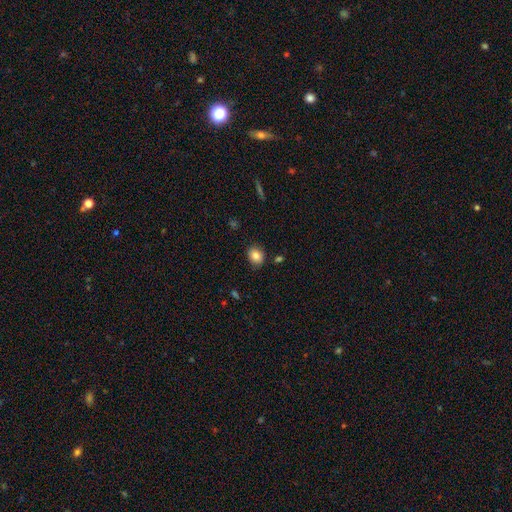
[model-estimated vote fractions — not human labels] Q: Smooth or featured?
A: smooth (82%); runner-up: star or artifact (9%)
Q: How rounded?
A: round (53%); runner-up: in between (46%)
Q: Merging?
A: none (84%); runner-up: minor disturbance (12%)